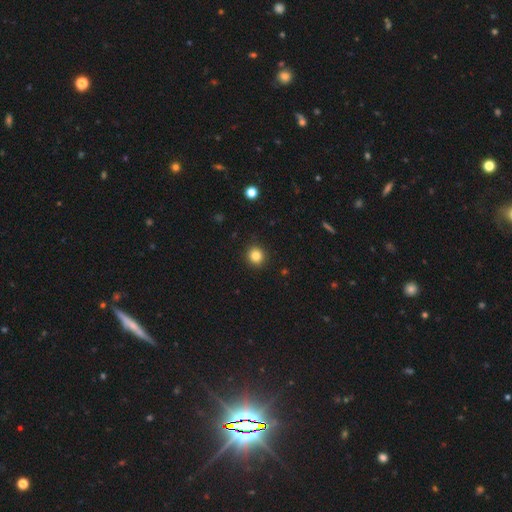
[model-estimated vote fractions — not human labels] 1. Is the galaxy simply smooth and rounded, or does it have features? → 84% smooth, 11% star or artifact, 5% featured or disk.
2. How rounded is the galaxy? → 90% round, 9% in between, 1% cigar-shaped.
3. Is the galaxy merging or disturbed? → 92% none, 6% minor disturbance, 2% major disturbance, 1% merger.